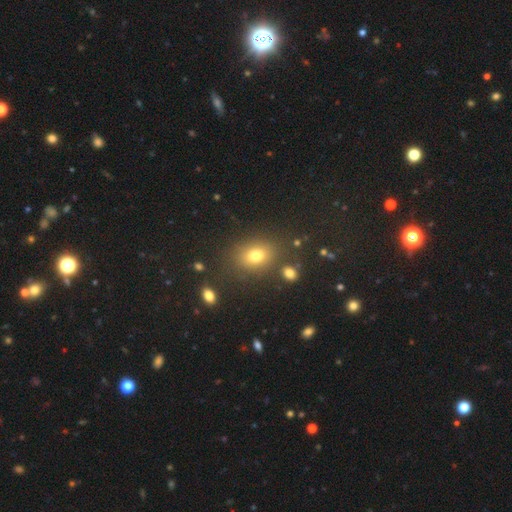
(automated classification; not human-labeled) This appears to be a smooth galaxy with no disk features (75%) that is in between round and cigar-shaped (65%). Merging: none (80%).